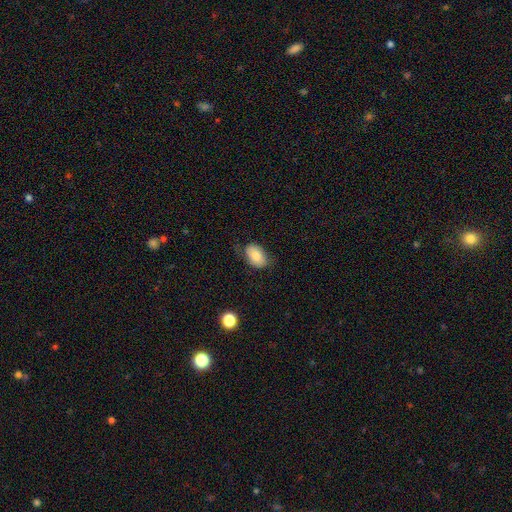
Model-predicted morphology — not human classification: smooth 78%, featured or disk 15%, star or artifact 7%. Down the decision tree: how rounded — in between (88%); merging — none (64%).